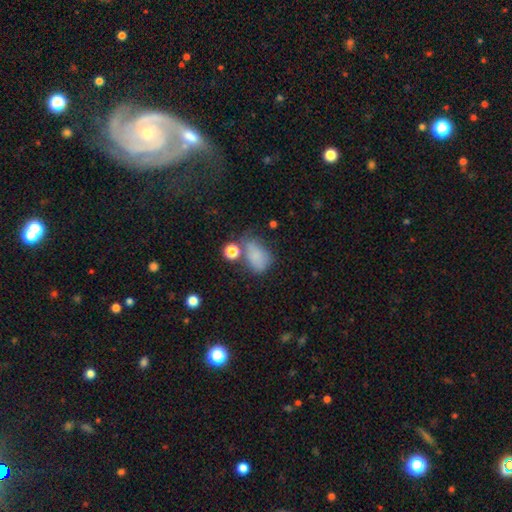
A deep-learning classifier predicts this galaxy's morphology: This appears to be a smooth galaxy with no disk features (74%) that is in between round and cigar-shaped (77%). Merging: none (36%).